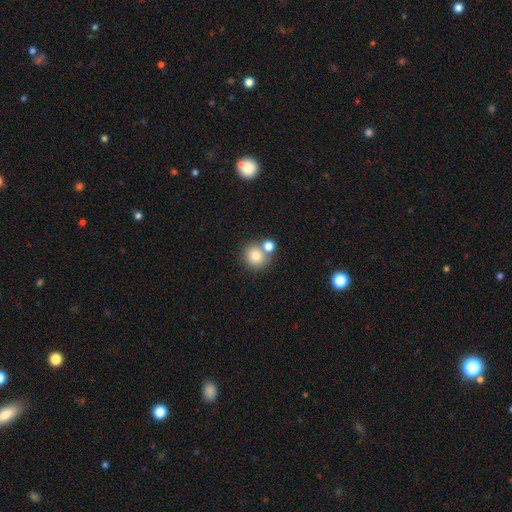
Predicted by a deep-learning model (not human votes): This appears to be a smooth galaxy with no disk features (79%) that is round (86%). Merging: none (57%).